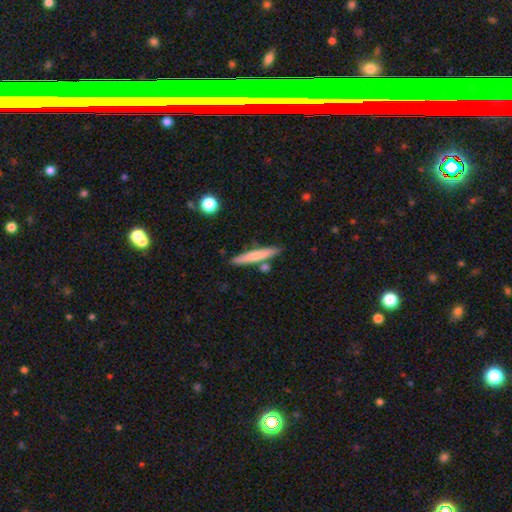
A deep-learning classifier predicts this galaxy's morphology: The model was most divided on "smooth or featured": smooth: 69%, featured or disk: 25%, star or artifact: 6%. More confident: how rounded — cigar-shaped (93%); merging — none (80%).